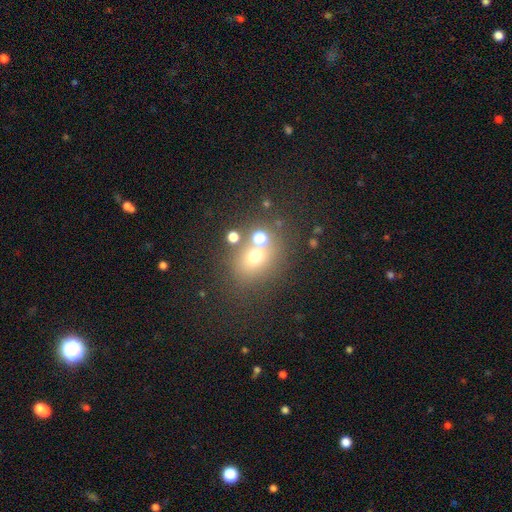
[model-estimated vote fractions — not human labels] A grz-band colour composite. It shows a smooth galaxy with no disk features (62%) that is round (67%). Merging: none (60%).